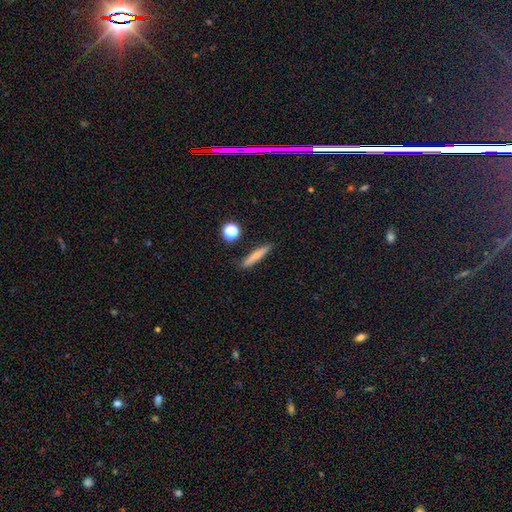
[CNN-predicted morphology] This appears to be a smooth galaxy with no disk features (73%) that is cigar-shaped (91%). Merging: none (88%).